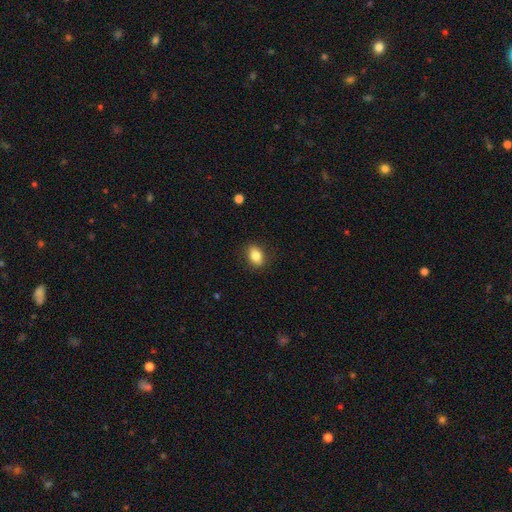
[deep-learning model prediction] The model was most divided on "how rounded": in between: 78%, round: 21%, cigar-shaped: 2%. More confident: merging — none (86%); smooth or featured — smooth (84%).